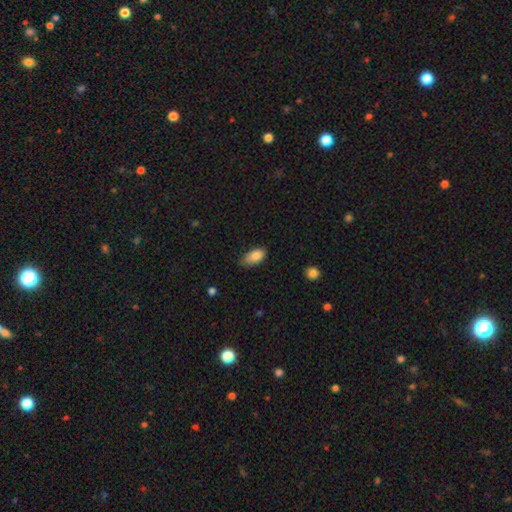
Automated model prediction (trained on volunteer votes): Morphology: type=smooth (85%); roundness=in between (92%); merging=none (60%).